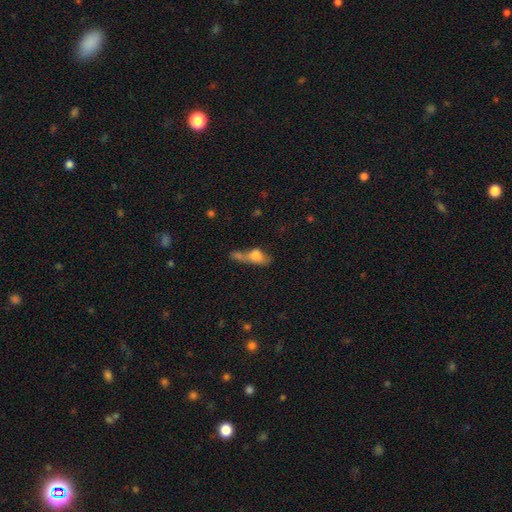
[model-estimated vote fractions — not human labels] A smooth galaxy with no disk features (64%) that is in between round and cigar-shaped (65%).

Vote fractions:
- Smooth or featured? smooth: 64% / featured or disk: 24% / star or artifact: 11%
- How rounded? in between: 65% / cigar-shaped: 20% / round: 15%
- Merging? merger: 51% / none: 19% / major disturbance: 17% / minor disturbance: 13%